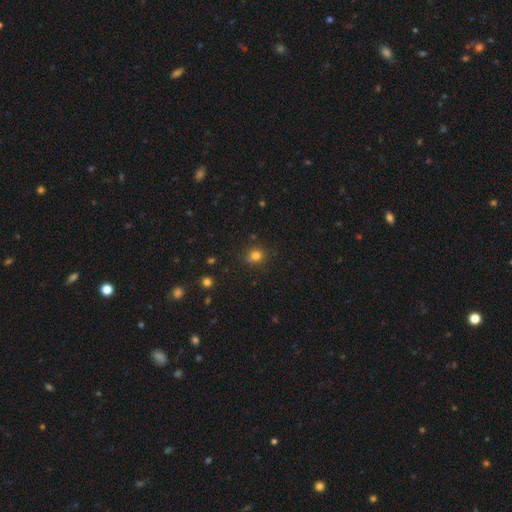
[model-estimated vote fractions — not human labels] smooth-or-featured: smooth: 79% | star or artifact: 15% | featured or disk: 5%
  how-rounded: round: 85% | in between: 14% | cigar-shaped: 1%
  merging: none: 81% | minor disturbance: 13% | merger: 4% | major disturbance: 3%